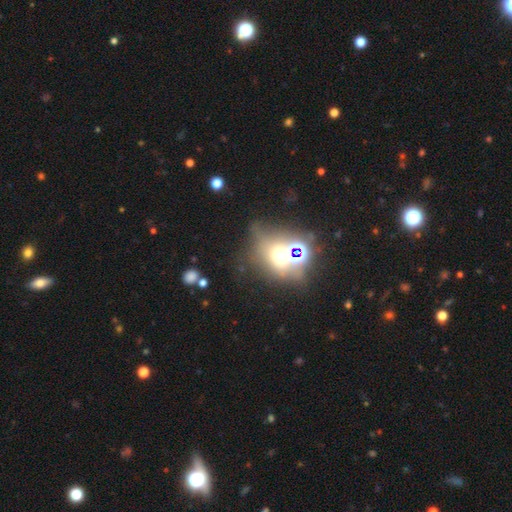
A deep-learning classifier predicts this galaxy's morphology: Smooth or featured?
  - star or artifact: 45% *
  - smooth: 31%
  - featured or disk: 24%